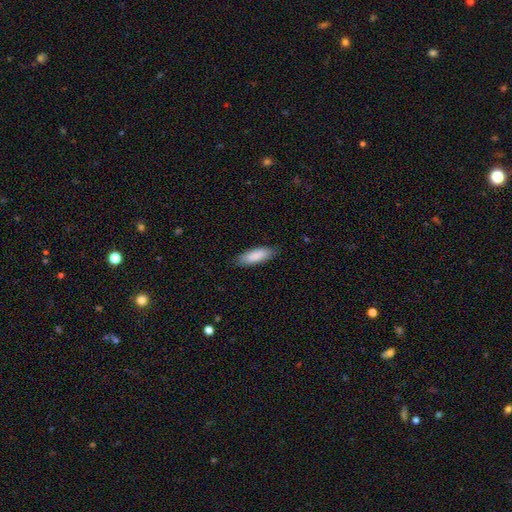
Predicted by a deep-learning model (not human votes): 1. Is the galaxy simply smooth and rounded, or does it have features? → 88% smooth, 7% featured or disk, 5% star or artifact.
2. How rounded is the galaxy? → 63% in between, 35% cigar-shaped, 1% round.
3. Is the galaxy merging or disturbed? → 85% none, 12% minor disturbance, 2% major disturbance, 1% merger.